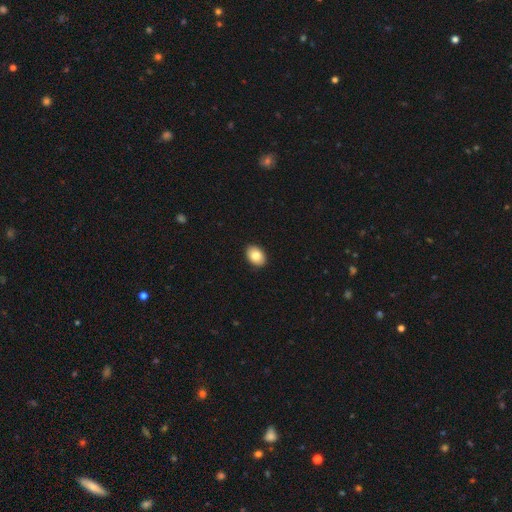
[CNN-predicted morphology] Q: Smooth or featured?
A: smooth (83%); runner-up: featured or disk (10%)
Q: How rounded?
A: in between (80%); runner-up: round (19%)
Q: Merging?
A: none (91%); runner-up: minor disturbance (6%)